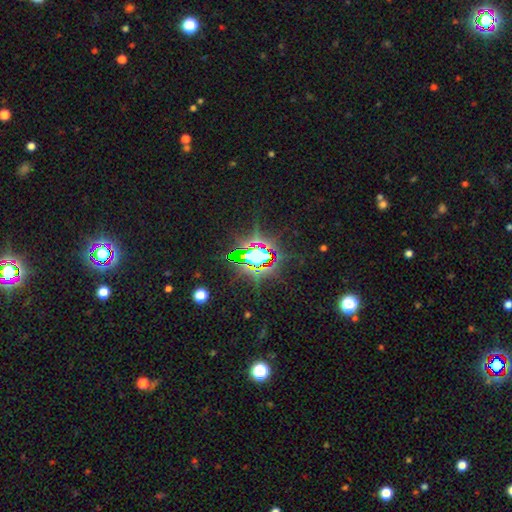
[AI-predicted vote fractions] smooth-or-featured: star or artifact: 77% | smooth: 12% | featured or disk: 10%